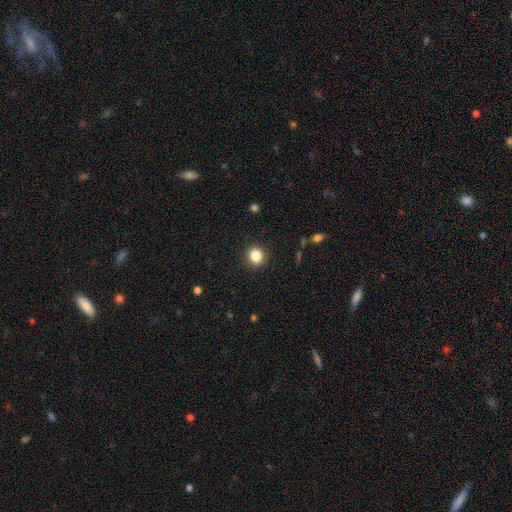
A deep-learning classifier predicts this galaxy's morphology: Q: Smooth or featured?
A: smooth (85%); runner-up: star or artifact (11%)
Q: How rounded?
A: round (79%); runner-up: in between (20%)
Q: Merging?
A: none (91%); runner-up: minor disturbance (6%)